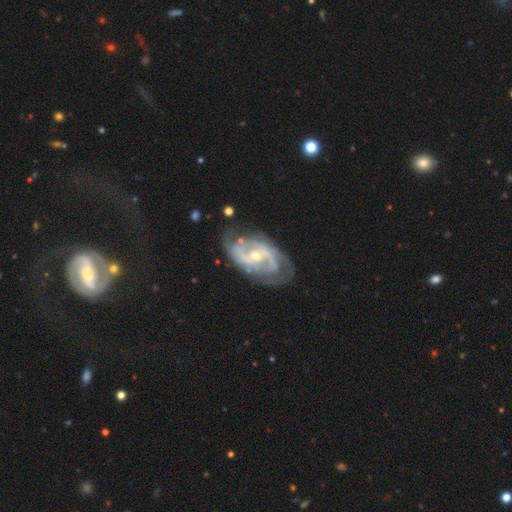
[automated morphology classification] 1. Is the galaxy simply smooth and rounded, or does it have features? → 87% featured or disk, 8% smooth, 6% star or artifact.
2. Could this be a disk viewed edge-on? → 96% no, 4% yes.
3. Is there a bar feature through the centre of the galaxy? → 40% no, 38% weak, 23% strong.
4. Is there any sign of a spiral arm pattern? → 92% yes, 8% no.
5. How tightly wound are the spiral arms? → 43% medium, 40% tight, 16% loose.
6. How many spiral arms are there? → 58% 2, 22% can't tell, 10% 3, 4% 4, 3% 1, 3% more than 4.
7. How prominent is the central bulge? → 61% small, 36% moderate, 1% large, 1% none, 1% dominant.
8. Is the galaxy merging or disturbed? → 67% none, 20% minor disturbance, 11% major disturbance, 2% merger.